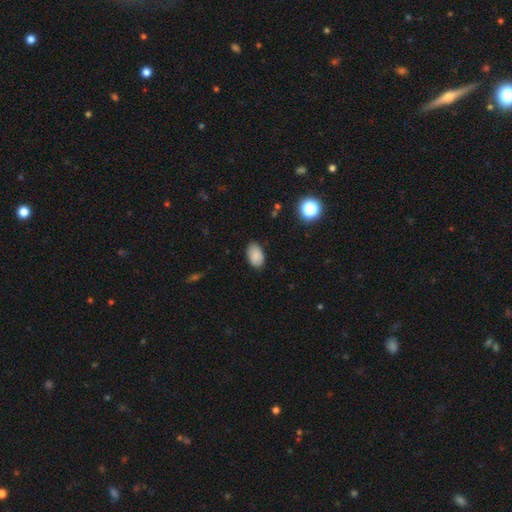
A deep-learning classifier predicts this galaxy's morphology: smooth_or_featured: smooth (p=0.85) [alt: star or artifact p=0.08]
how_rounded: in between (p=0.91) [alt: round p=0.08]
merging: none (p=0.82) [alt: minor disturbance p=0.15]